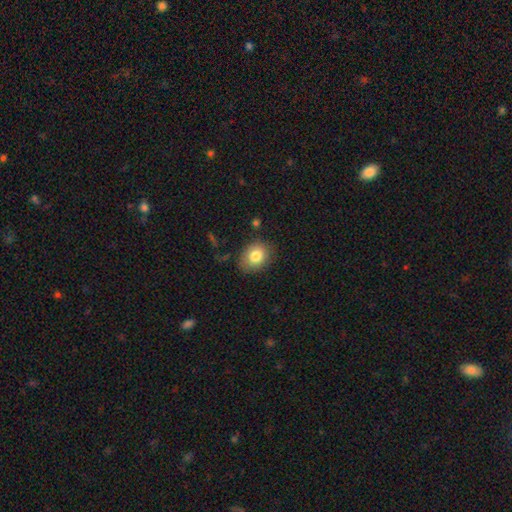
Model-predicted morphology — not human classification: Overall: smooth (82%). How rounded: in between (52%; round 47%). Merging: none (78%).